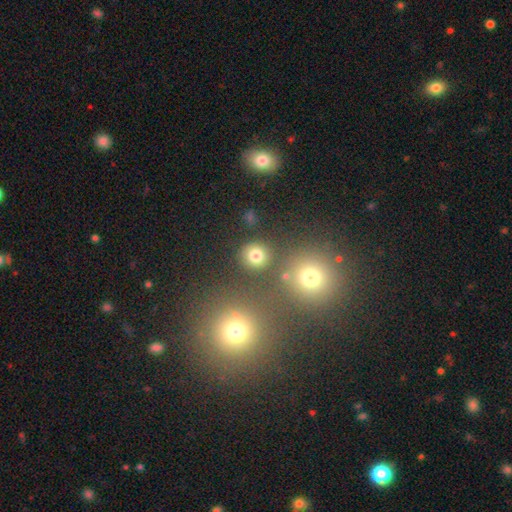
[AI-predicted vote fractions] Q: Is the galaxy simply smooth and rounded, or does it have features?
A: smooth — 77%.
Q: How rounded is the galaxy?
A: round — 90%.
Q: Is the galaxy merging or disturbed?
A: none — 83%.